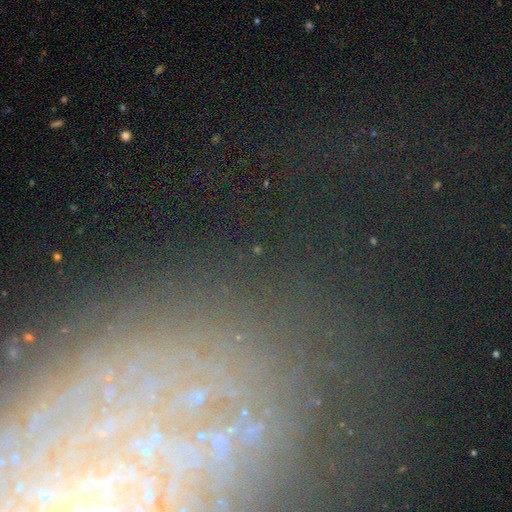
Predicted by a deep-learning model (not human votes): smooth_or_featured: featured or disk (p=0.41) [alt: star or artifact p=0.40]
merging: none (p=0.73) [alt: minor disturbance p=0.13]